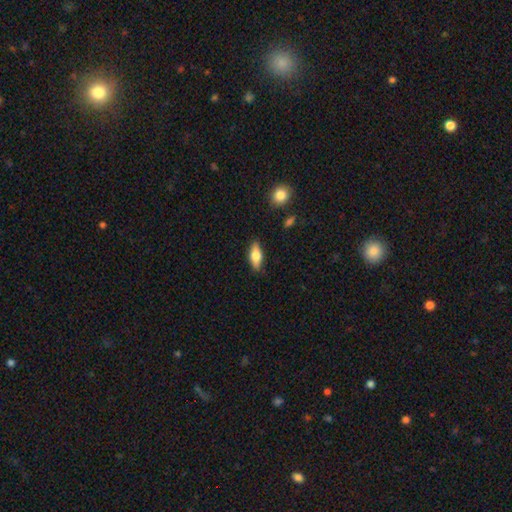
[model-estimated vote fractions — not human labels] smooth 66%, featured or disk 27%, star or artifact 7%. Down the decision tree: how rounded — in between (73%); merging — none (86%).